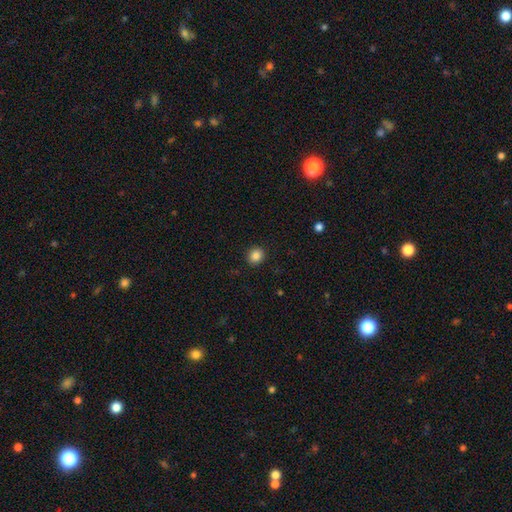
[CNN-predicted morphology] smooth-or-featured: smooth: 86% | star or artifact: 10% | featured or disk: 4%
  how-rounded: round: 76% | in between: 23% | cigar-shaped: 1%
  merging: none: 91% | minor disturbance: 6% | major disturbance: 2% | merger: 1%